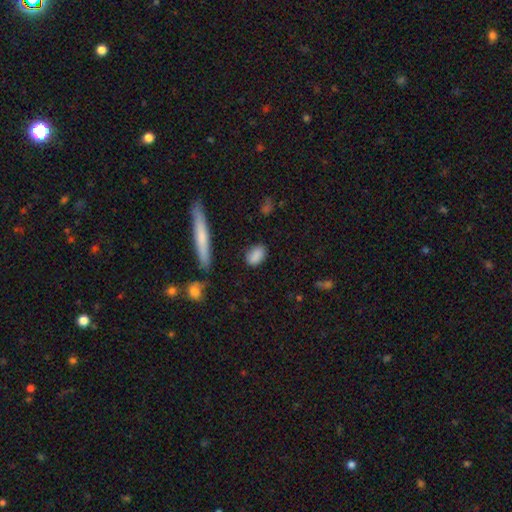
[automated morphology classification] Smooth or featured? smooth (86%)
How rounded? in between (84%)
Merging? none (82%)